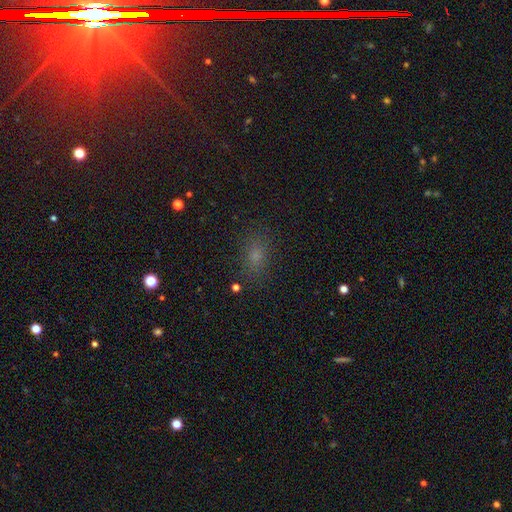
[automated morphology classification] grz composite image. It shows a smooth galaxy with no disk features (67%) that is in between round and cigar-shaped (74%). Merging: none (83%).